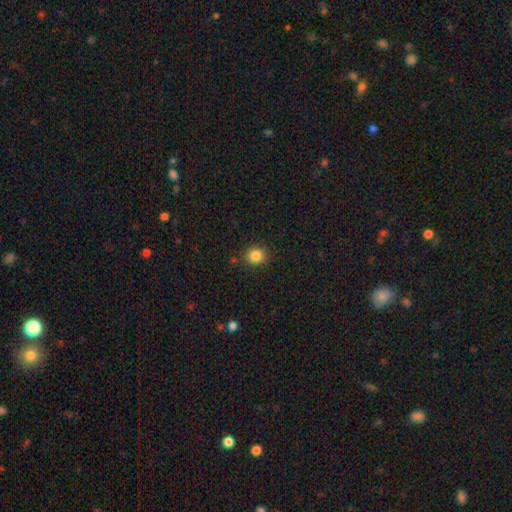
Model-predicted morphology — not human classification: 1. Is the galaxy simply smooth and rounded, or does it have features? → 84% smooth, 11% star or artifact, 4% featured or disk.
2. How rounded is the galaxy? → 76% round, 23% in between, 1% cigar-shaped.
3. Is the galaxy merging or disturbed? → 87% none, 9% minor disturbance, 2% major disturbance, 2% merger.